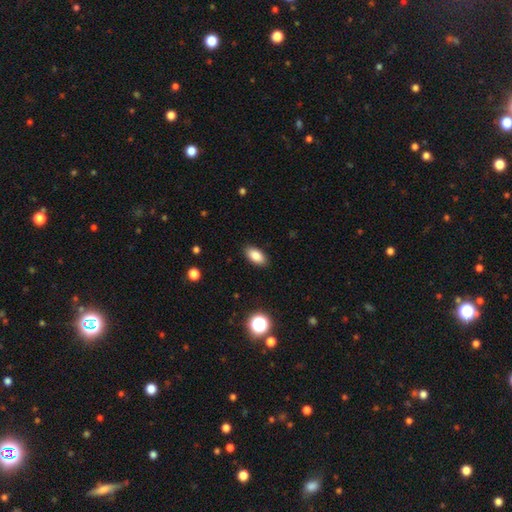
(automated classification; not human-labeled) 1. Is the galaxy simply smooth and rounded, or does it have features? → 85% smooth, 9% star or artifact, 6% featured or disk.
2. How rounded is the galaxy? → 92% in between, 4% cigar-shaped, 4% round.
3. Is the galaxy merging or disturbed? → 89% none, 8% minor disturbance, 2% major disturbance, 1% merger.